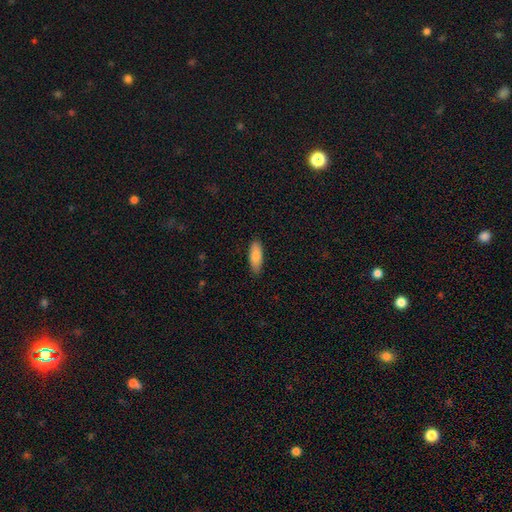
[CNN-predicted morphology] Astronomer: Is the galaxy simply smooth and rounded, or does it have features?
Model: smooth — 82%.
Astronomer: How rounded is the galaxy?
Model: in between — 70%.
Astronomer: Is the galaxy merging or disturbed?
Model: none — 88%.